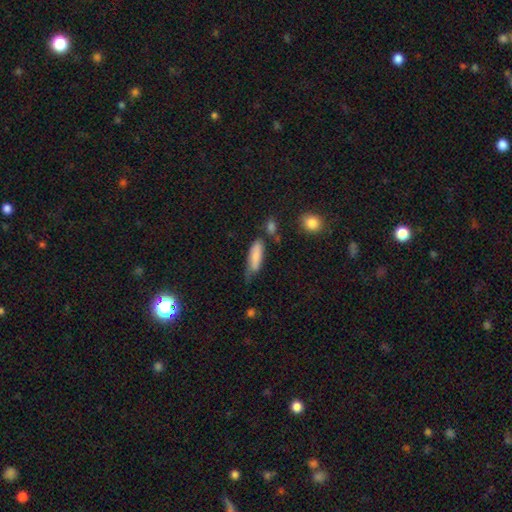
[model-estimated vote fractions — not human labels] smooth 80%, featured or disk 13%, star or artifact 7%. Down the decision tree: how rounded — in between (52%); merging — none (43%).